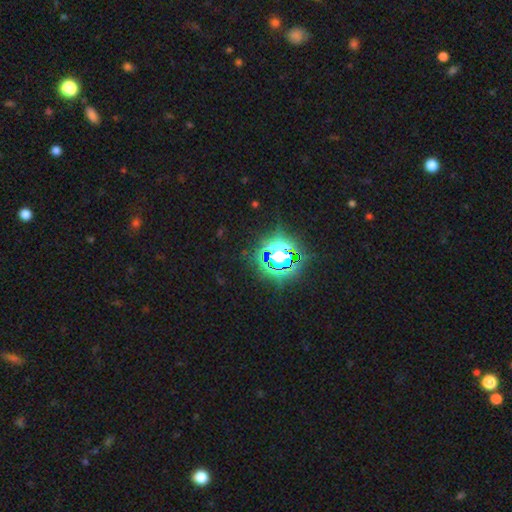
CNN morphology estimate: type=star or artifact (79%).